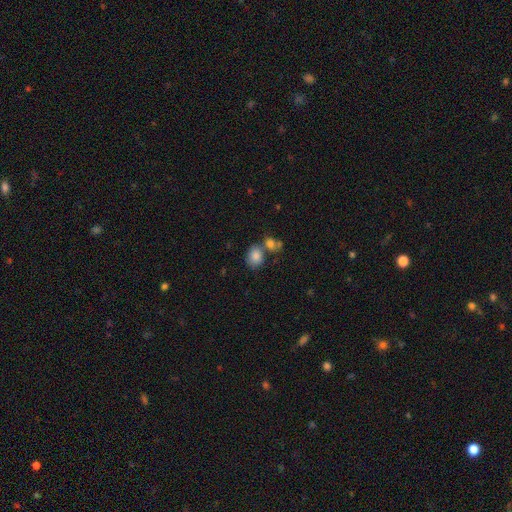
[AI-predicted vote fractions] Q: Smooth or featured?
A: smooth (84%); runner-up: star or artifact (9%)
Q: How rounded?
A: round (52%); runner-up: in between (47%)
Q: Merging?
A: none (48%); runner-up: merger (32%)